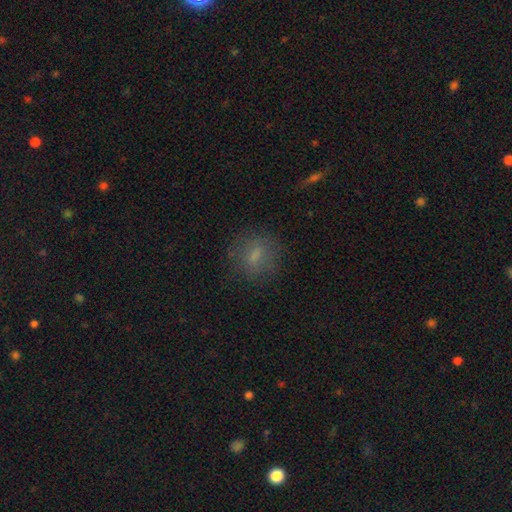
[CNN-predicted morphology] Smooth or featured?
  - smooth: 68% *
  - featured or disk: 18%
  - star or artifact: 14%
How rounded?
  - round: 67% *
  - in between: 30%
  - cigar-shaped: 3%
Merging?
  - none: 78% *
  - minor disturbance: 14%
  - major disturbance: 7%
  - merger: 1%